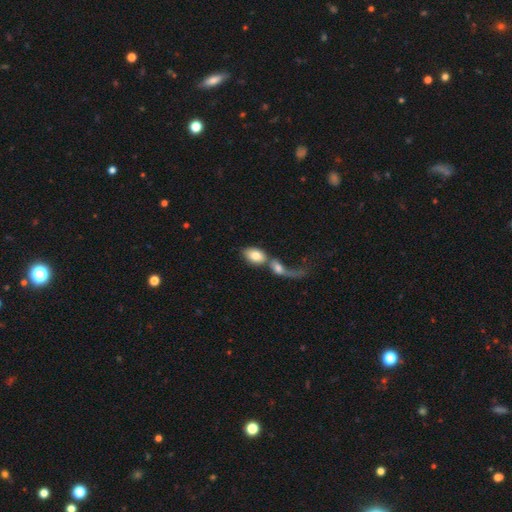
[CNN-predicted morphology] type=smooth (76%); roundness=in between (85%); merging=merger (58%).